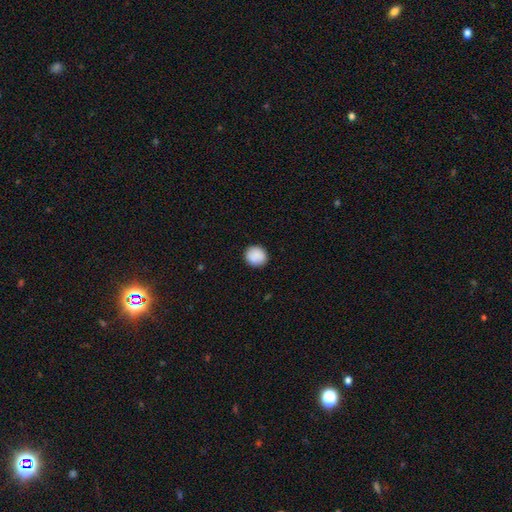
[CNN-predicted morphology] Overall: smooth (89%). How rounded: round (85%). Merging: none (89%).